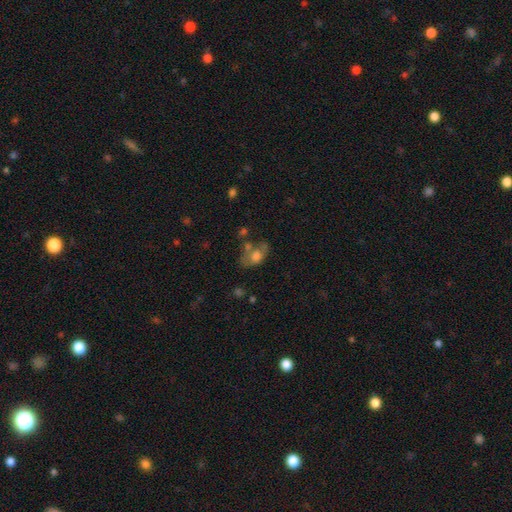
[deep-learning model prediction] Smooth or featured?
  - smooth: 56% *
  - featured or disk: 33%
  - star or artifact: 12%
How rounded?
  - in between: 79% *
  - round: 18%
  - cigar-shaped: 2%
Merging?
  - none: 32% *
  - major disturbance: 24%
  - minor disturbance: 22%
  - merger: 22%